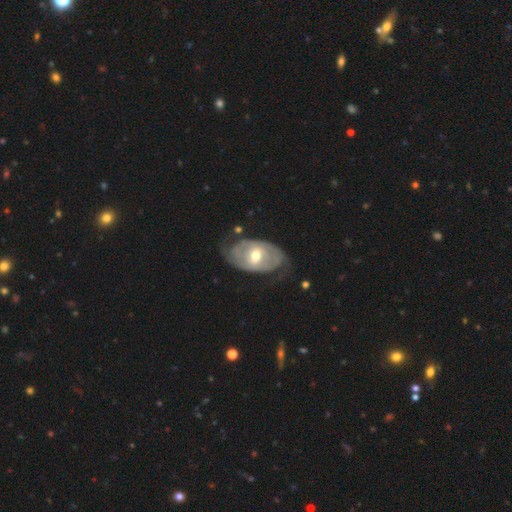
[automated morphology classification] smooth-or-featured: featured or disk: 74% | smooth: 21% | star or artifact: 5%
  disk-edge-on: no: 94% | yes: 6%
    bar: weak: 43% | no: 40% | strong: 17%
    has-spiral-arms: yes: 74% | no: 26%
      spiral-winding: tight: 55% | medium: 30% | loose: 16%
      spiral-arm-count: 2: 57% | can't tell: 31% | 3: 4% | 1: 4% | 4: 2% | more than 4: 2%
    bulge-size: moderate: 72% | small: 21% | large: 5% | none: 1% | dominant: 1%
  merging: none: 61% | minor disturbance: 23% | major disturbance: 12% | merger: 3%